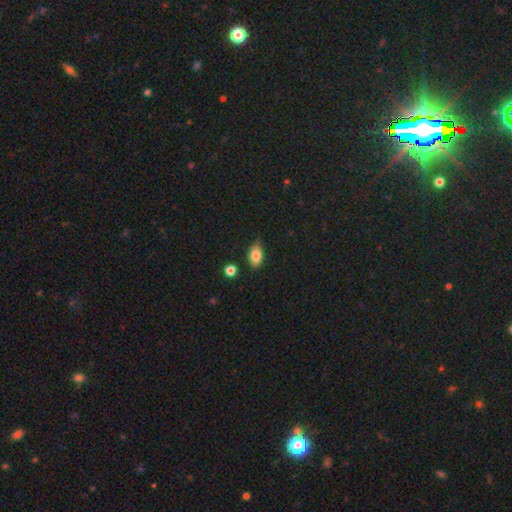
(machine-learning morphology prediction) Q: Smooth or featured?
A: smooth (82%); runner-up: featured or disk (10%)
Q: How rounded?
A: in between (87%); runner-up: round (9%)
Q: Merging?
A: none (72%); runner-up: minor disturbance (22%)